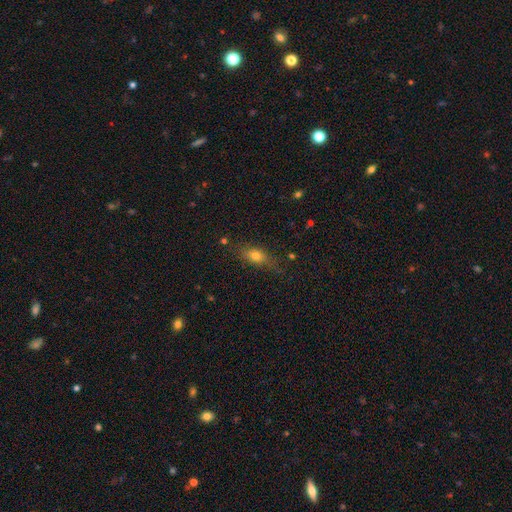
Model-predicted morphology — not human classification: Smooth or featured: smooth — 70% (featured or disk — 17%)
How rounded: in between — 66% (cigar-shaped — 20%)
Merging: none — 72% (minor disturbance — 20%)